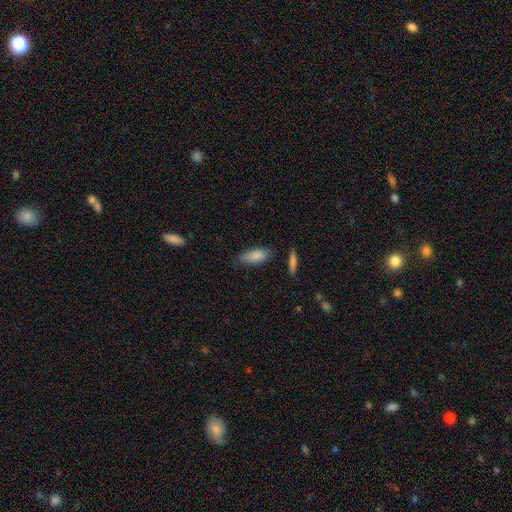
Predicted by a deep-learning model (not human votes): Q: Smooth or featured?
A: smooth (84%); runner-up: featured or disk (10%)
Q: How rounded?
A: in between (69%); runner-up: cigar-shaped (29%)
Q: Merging?
A: none (73%); runner-up: minor disturbance (20%)